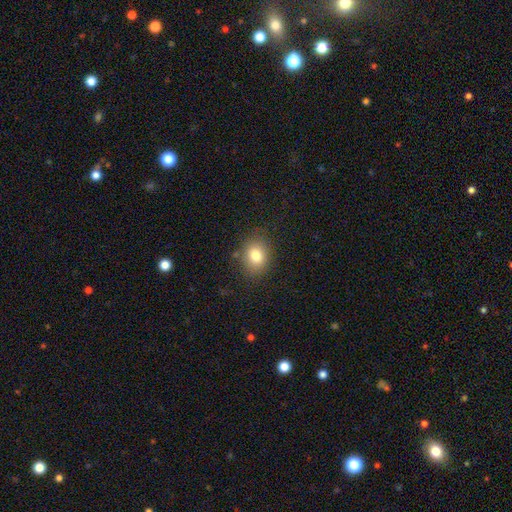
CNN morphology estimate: The model was most divided on "how rounded": in between: 52%, round: 47%, cigar-shaped: 1%. More confident: merging — none (81%); smooth or featured — smooth (81%).